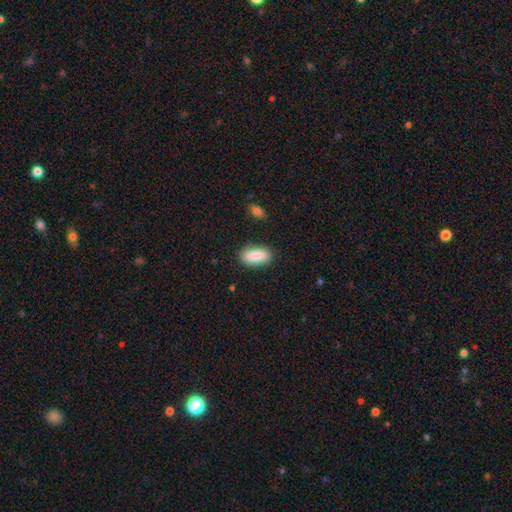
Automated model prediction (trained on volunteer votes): This appears to be a smooth galaxy with no disk features (87%) that is in between round and cigar-shaped (84%). Merging: none (85%).